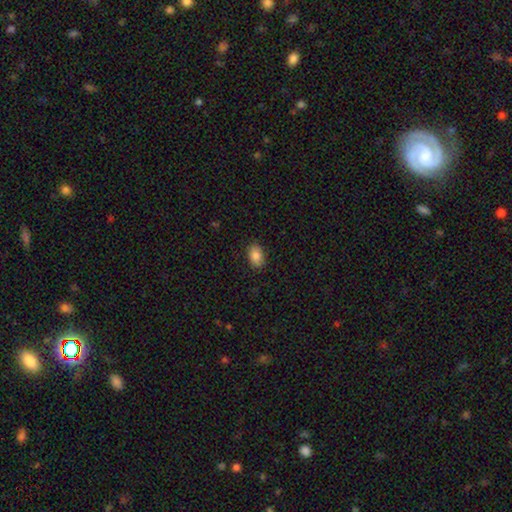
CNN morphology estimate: Overall: smooth (85%). How rounded: in between (86%). Merging: none (87%).